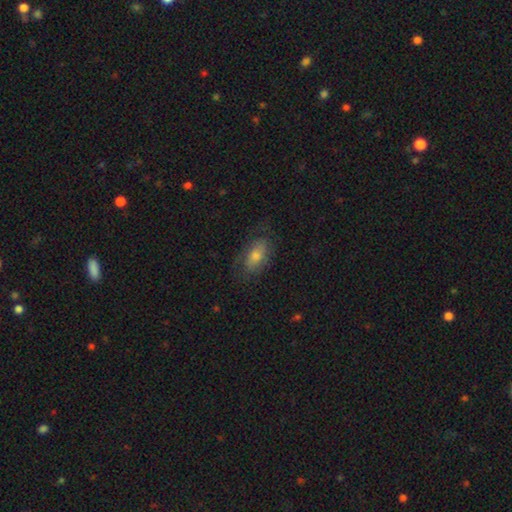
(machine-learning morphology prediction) A smooth galaxy with no disk features (59%) that is in between round and cigar-shaped (87%). Merging: none (68%).